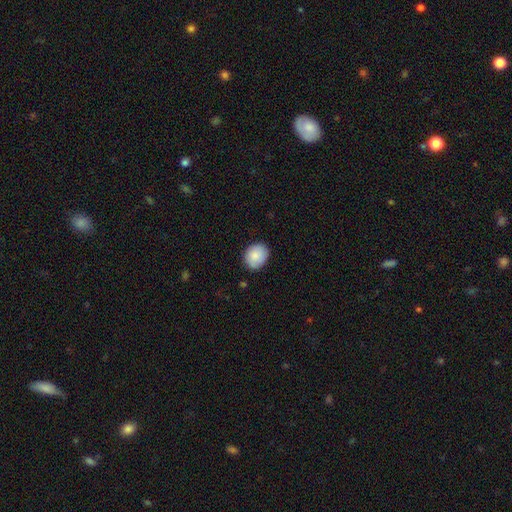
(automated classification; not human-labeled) Smooth or featured: smooth — 85% (featured or disk — 8%)
How rounded: round — 60% (in between — 40%)
Merging: none — 83% (minor disturbance — 13%)